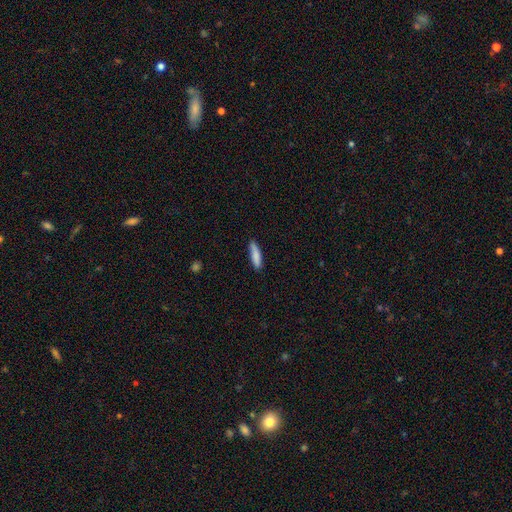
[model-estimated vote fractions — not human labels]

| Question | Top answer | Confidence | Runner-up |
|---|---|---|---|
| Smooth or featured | smooth | 83% | featured or disk (10%) |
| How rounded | cigar-shaped | 75% | in between (23%) |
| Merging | none | 80% | minor disturbance (16%) |